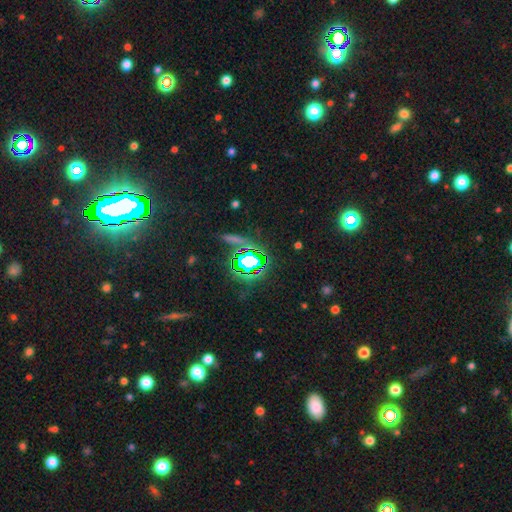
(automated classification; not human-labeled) Smooth or featured?
  - star or artifact: 76% *
  - smooth: 14%
  - featured or disk: 10%